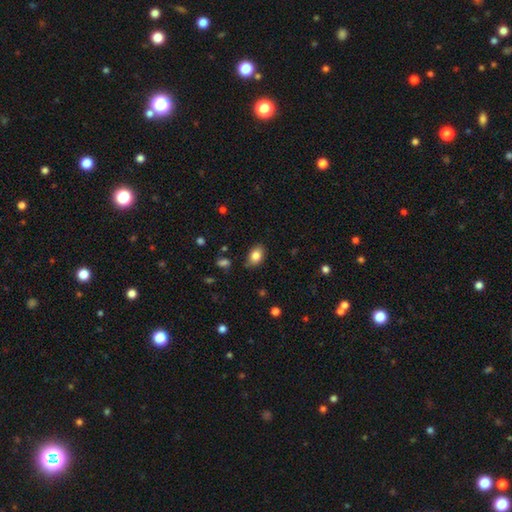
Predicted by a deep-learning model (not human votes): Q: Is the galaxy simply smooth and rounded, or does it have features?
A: smooth — 83%.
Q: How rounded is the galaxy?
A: in between — 85%.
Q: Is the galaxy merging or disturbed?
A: none — 80%.